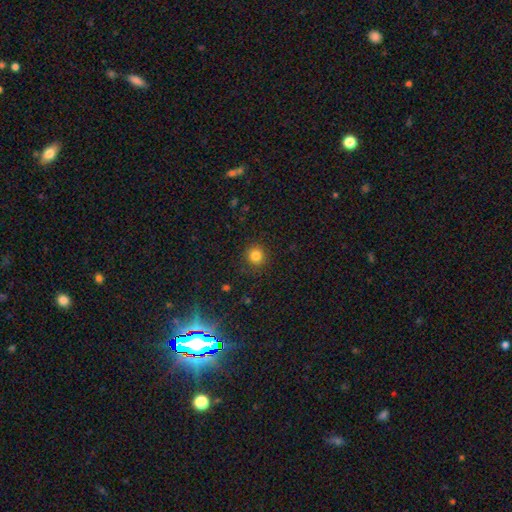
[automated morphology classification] smooth 82%, star or artifact 13%, featured or disk 5%. Down the decision tree: how rounded — round (91%); merging — none (89%).